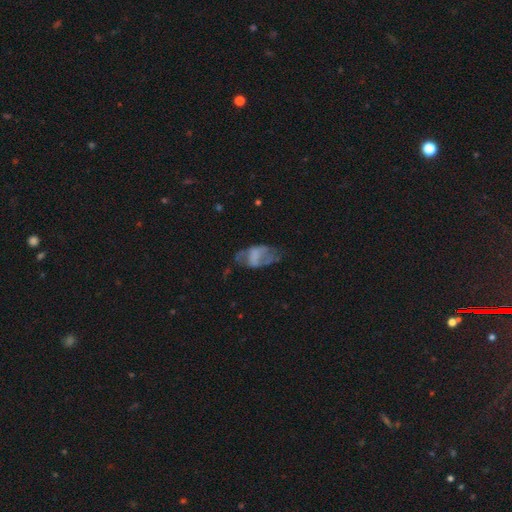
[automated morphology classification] A featured or disk galaxy (49%).

Vote fractions:
- Smooth or featured? featured or disk: 49% / smooth: 40% / star or artifact: 11%
- Merging? major disturbance: 36% / none: 34% / minor disturbance: 25% / merger: 5%